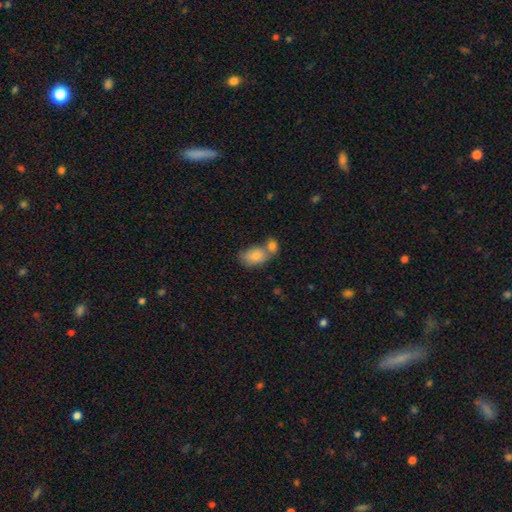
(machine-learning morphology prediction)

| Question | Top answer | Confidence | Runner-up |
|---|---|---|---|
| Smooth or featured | smooth | 79% | featured or disk (13%) |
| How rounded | in between | 85% | round (13%) |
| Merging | merger | 44% | none (39%) |